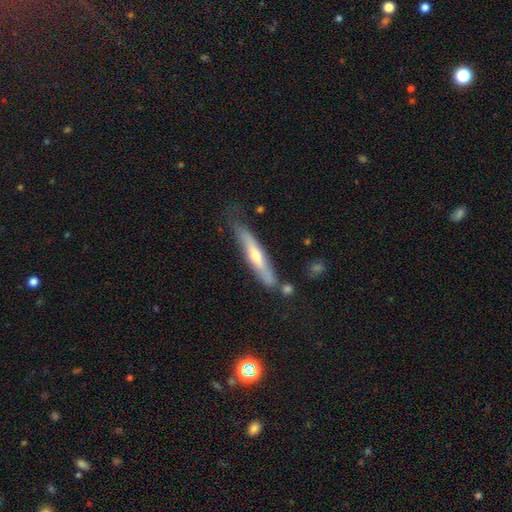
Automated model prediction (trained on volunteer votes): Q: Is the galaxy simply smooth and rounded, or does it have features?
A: featured or disk — 55%.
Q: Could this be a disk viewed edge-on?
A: yes — 84%.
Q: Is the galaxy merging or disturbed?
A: none — 64%.